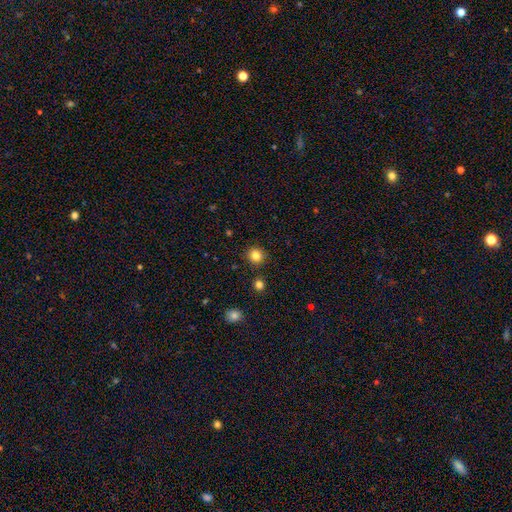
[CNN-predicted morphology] This is clearly a smooth galaxy (83%). How rounded: clearly round (90%). Merging: clearly none (89%).